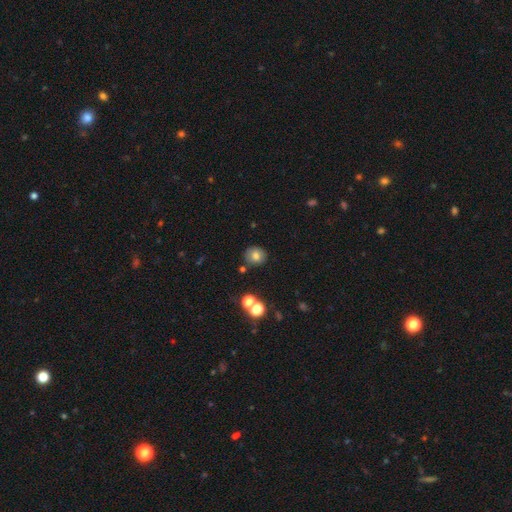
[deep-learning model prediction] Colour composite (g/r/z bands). It shows a smooth galaxy with no disk features (77%) that is round (84%). Merging: none (81%).